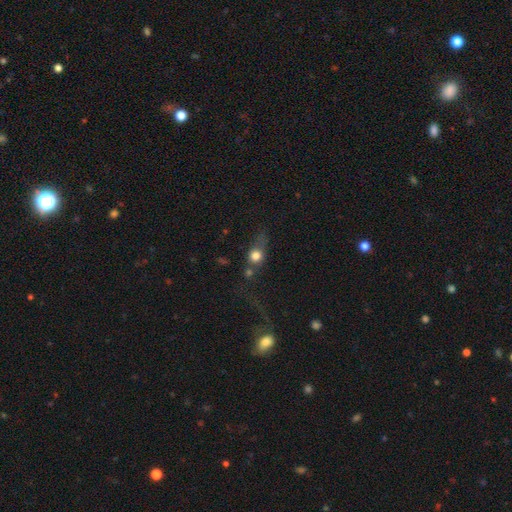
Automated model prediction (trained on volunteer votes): A smooth galaxy with no disk features (70%) that is round (65%).

Vote fractions:
- Smooth or featured? smooth: 70% / featured or disk: 17% / star or artifact: 13%
- How rounded? round: 65% / in between: 29% / cigar-shaped: 7%
- Merging? none: 33% / major disturbance: 28% / merger: 21% / minor disturbance: 18%